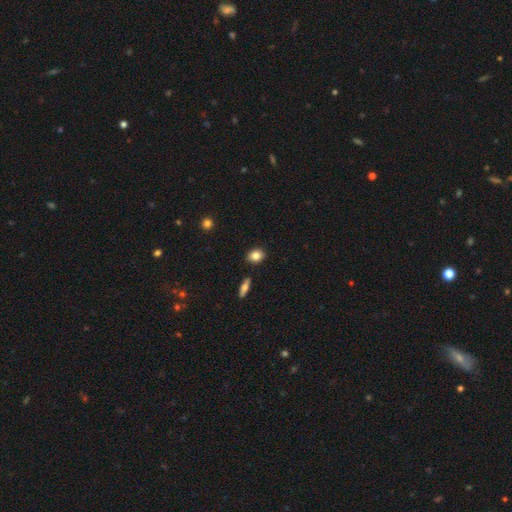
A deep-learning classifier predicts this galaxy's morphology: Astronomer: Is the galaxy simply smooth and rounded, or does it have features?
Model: smooth — 85%.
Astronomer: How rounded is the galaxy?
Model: round — 50% (runner-up: in between, 48%).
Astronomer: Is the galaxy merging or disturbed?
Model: none — 87%.